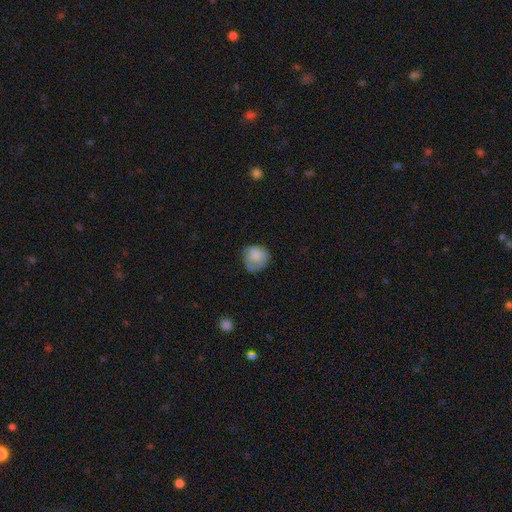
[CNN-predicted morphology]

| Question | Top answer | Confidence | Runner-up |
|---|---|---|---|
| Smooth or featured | smooth | 76% | featured or disk (15%) |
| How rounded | round | 77% | in between (22%) |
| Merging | none | 51% | minor disturbance (32%) |